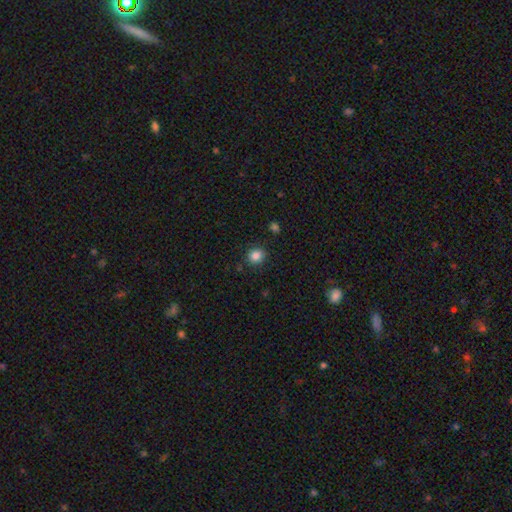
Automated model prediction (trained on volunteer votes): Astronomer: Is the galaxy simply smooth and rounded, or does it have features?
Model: smooth — 85%.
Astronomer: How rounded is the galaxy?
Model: round — 83%.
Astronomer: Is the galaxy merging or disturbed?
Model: none — 87%.